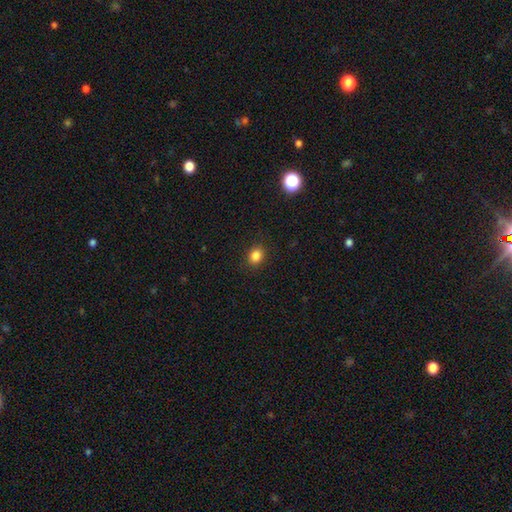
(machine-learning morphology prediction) A smooth galaxy with no disk features (84%) that is round (56%).

Vote fractions:
- Smooth or featured? smooth: 84% / star or artifact: 12% / featured or disk: 4%
- How rounded? round: 56% / in between: 43% / cigar-shaped: 1%
- Merging? none: 89% / minor disturbance: 8% / major disturbance: 2% / merger: 1%